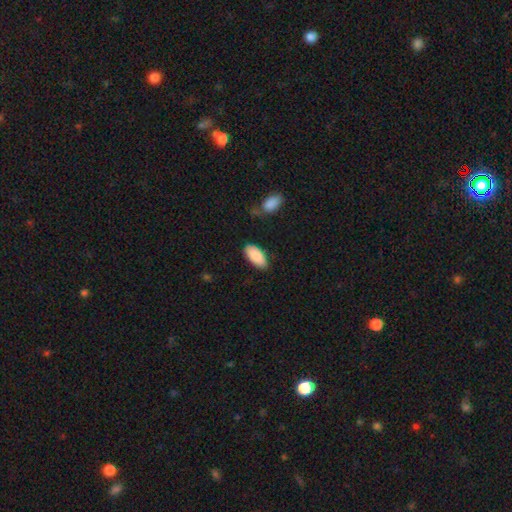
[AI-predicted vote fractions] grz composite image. It shows a smooth galaxy with no disk features (88%) that is in between round and cigar-shaped (92%). Merging: none (78%).